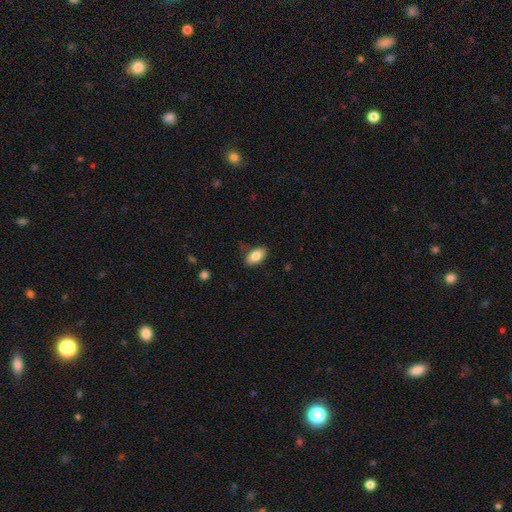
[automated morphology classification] The model was most divided on "merging": none: 82%, minor disturbance: 14%, major disturbance: 3%, merger: 2%. More confident: how rounded — in between (92%); smooth or featured — smooth (83%).